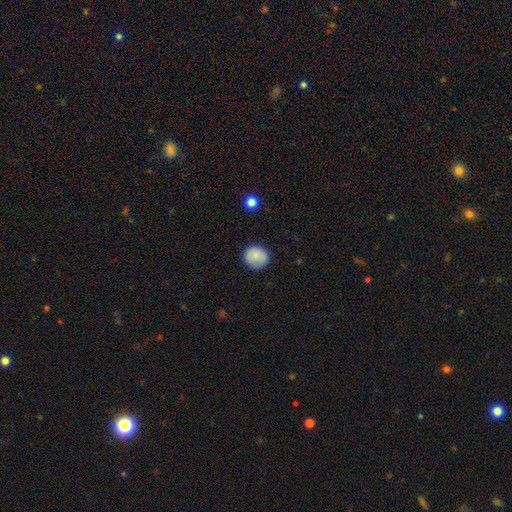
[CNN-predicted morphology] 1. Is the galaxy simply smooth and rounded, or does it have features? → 85% smooth, 8% star or artifact, 7% featured or disk.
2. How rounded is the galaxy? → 88% round, 11% in between, 1% cigar-shaped.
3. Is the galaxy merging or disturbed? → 86% none, 10% minor disturbance, 2% major disturbance, 1% merger.